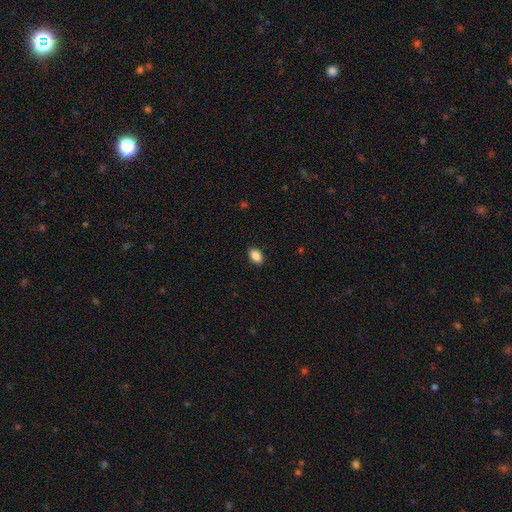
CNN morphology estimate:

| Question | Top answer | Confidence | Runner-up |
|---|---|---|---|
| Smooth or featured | smooth | 89% | star or artifact (8%) |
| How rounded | in between | 89% | round (9%) |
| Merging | none | 89% | minor disturbance (8%) |